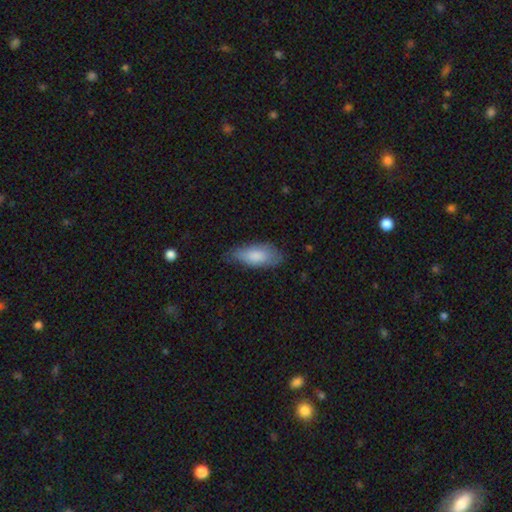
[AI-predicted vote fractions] A smooth galaxy with no disk features (81%) that is in between round and cigar-shaped (84%). Merging: none (63%).